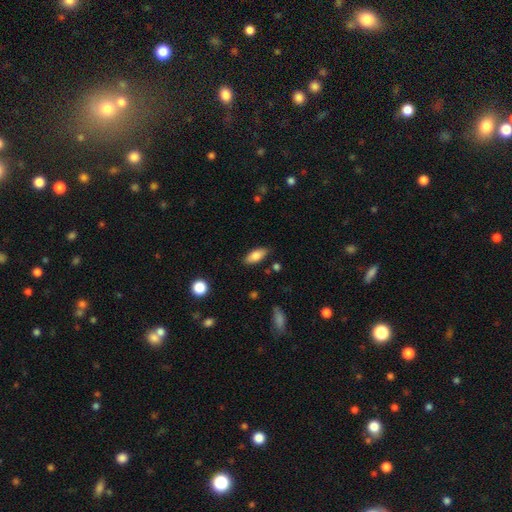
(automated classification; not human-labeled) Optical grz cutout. It shows a smooth galaxy with no disk features (81%) that is in between round and cigar-shaped (86%). Merging: none (84%).